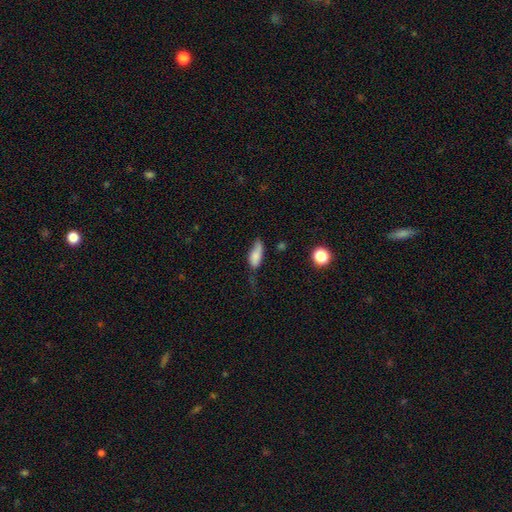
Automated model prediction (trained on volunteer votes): Smooth or featured: smooth — 74% (featured or disk — 18%)
How rounded: in between — 75% (cigar-shaped — 21%)
Merging: minor disturbance — 37% (none — 34%)